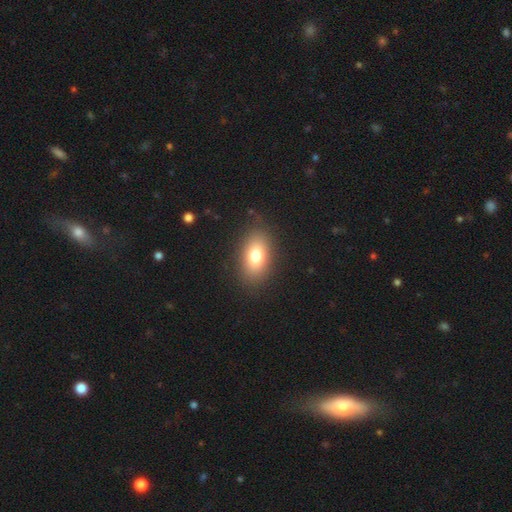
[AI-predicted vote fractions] This is likely a smooth galaxy (77%). How rounded: clearly in between (86%). Merging: clearly none (85%).